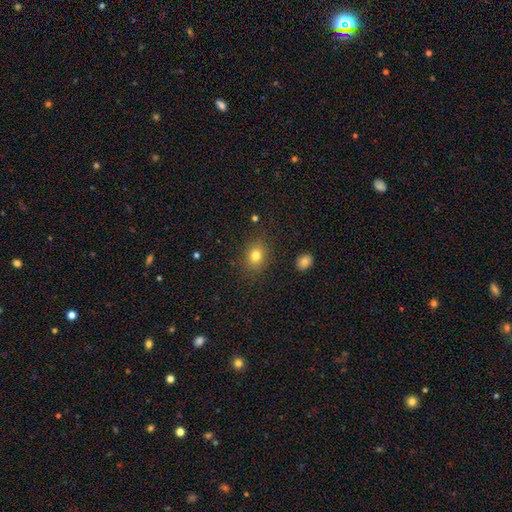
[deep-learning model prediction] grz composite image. It shows a smooth galaxy with no disk features (79%) that is round (55%). Merging: none (85%).